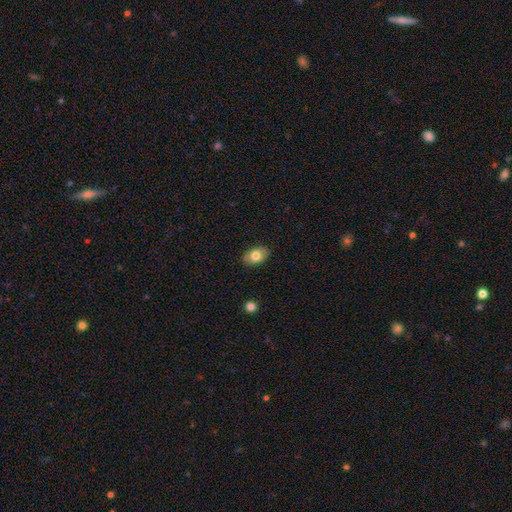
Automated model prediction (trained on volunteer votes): Morphology: type=smooth (76%); roundness=in between (87%); merging=none (86%).